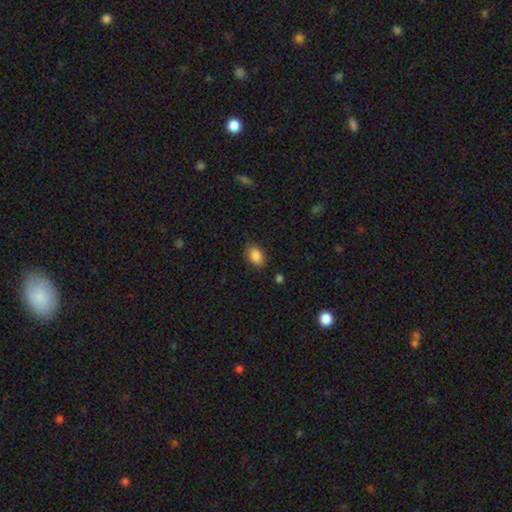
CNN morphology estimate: smooth 87%, star or artifact 8%, featured or disk 5%. Down the decision tree: how rounded — in between (83%); merging — none (83%).